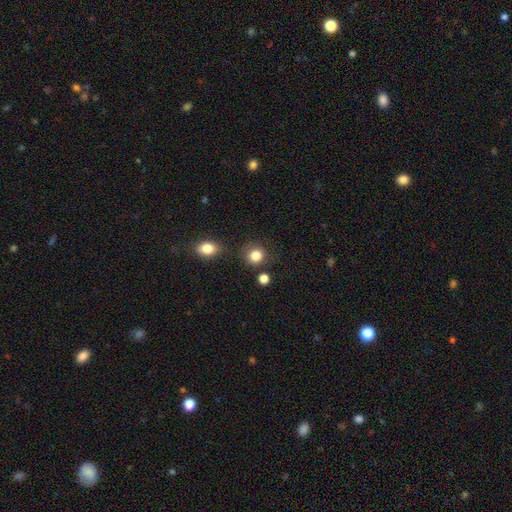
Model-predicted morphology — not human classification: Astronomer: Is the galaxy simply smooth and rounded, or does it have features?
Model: smooth — 84%.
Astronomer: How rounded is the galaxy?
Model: round — 83%.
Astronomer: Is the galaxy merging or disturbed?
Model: none — 79%.